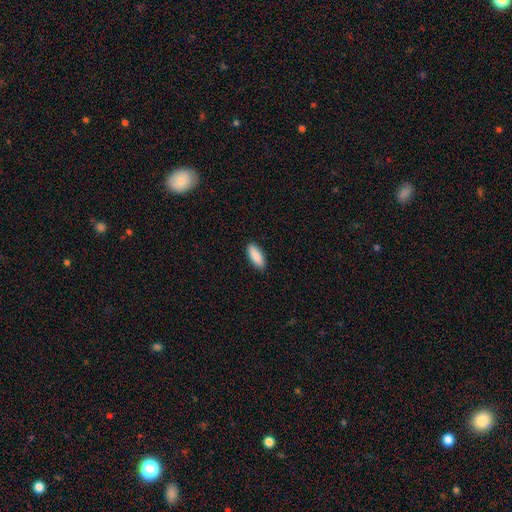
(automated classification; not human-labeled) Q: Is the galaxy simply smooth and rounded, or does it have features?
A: smooth — 89%.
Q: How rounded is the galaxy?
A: in between — 72%.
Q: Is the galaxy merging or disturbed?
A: none — 89%.